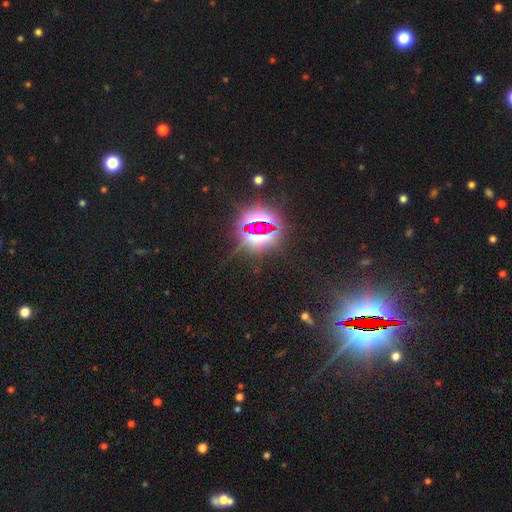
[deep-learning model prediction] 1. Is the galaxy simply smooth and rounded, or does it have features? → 82% star or artifact, 9% smooth, 8% featured or disk.